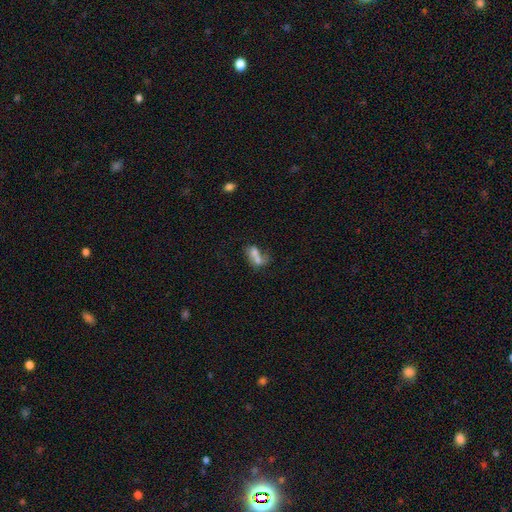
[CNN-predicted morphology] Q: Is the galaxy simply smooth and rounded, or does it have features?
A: smooth — 64%.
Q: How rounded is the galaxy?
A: in between — 76%.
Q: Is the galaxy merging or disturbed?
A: merger — 64%.